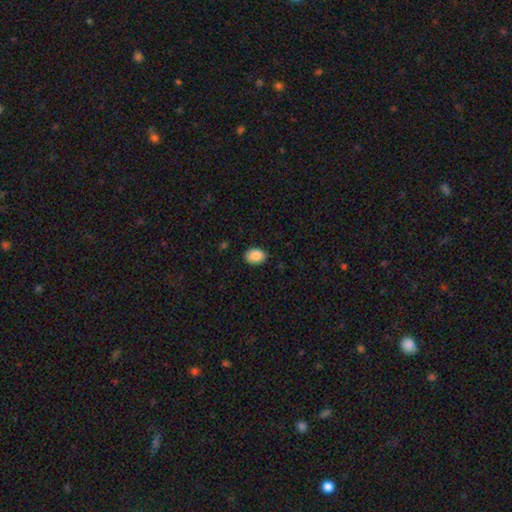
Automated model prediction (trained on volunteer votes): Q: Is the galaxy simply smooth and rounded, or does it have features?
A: smooth — 89%.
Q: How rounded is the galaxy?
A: in between — 76%.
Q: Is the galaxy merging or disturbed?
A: none — 85%.